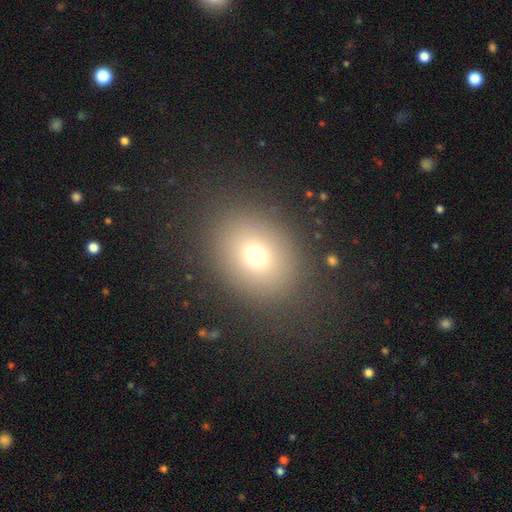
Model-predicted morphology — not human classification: This is likely a smooth galaxy (70%). How rounded: possibly round (53%). Merging: clearly none (84%).